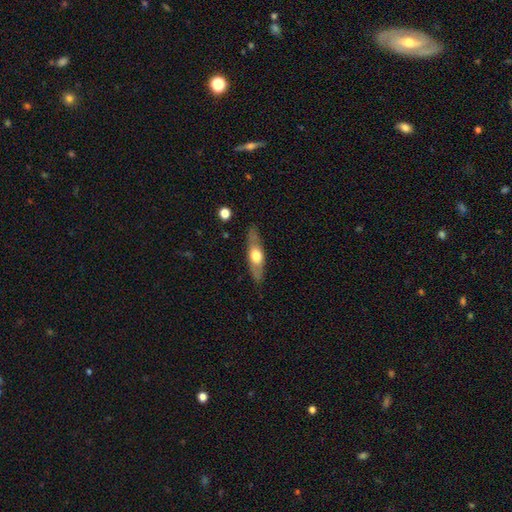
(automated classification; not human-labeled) smooth-or-featured: featured or disk: 49% | smooth: 45% | star or artifact: 6%
  merging: none: 84% | minor disturbance: 12% | major disturbance: 3% | merger: 2%